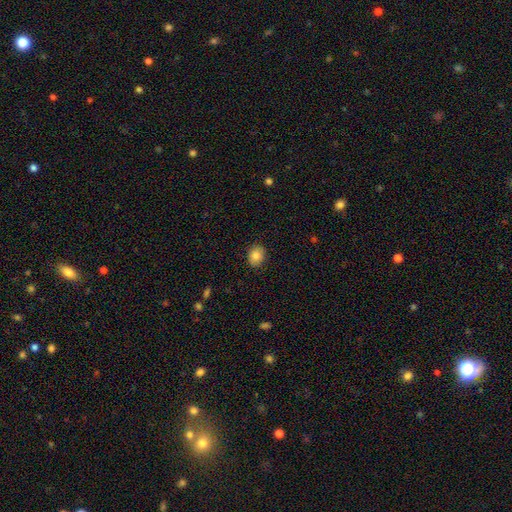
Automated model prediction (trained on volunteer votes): Smooth or featured? Predicted: smooth (p=0.83). How rounded? Predicted: round (p=0.57). Merging? Predicted: none (p=0.88).